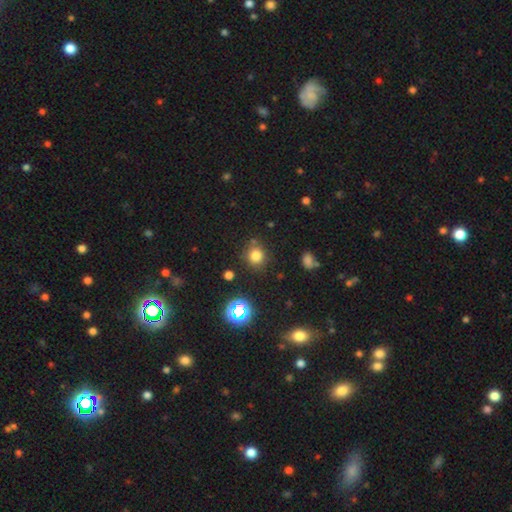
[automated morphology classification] This appears to be a smooth galaxy with no disk features (75%) that is round (86%). Merging: none (80%).